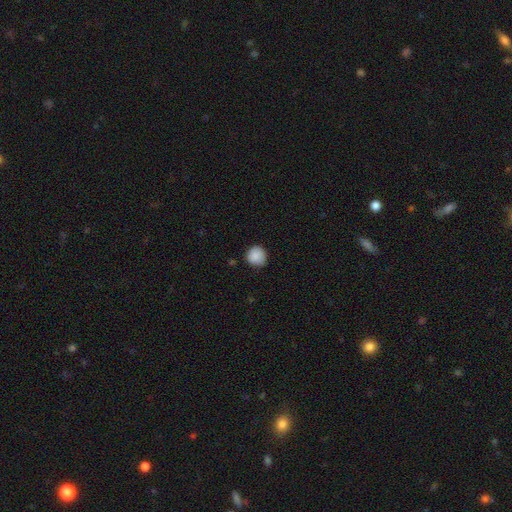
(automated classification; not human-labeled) Smooth or featured: smooth — 88% (star or artifact — 8%)
How rounded: round — 93% (in between — 6%)
Merging: none — 82% (minor disturbance — 15%)